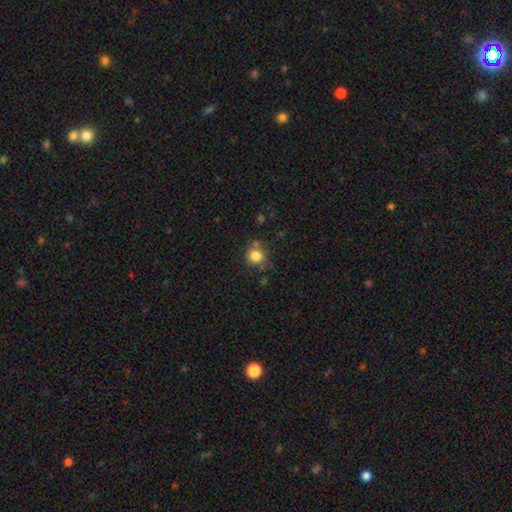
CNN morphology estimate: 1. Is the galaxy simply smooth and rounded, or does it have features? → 82% smooth, 11% star or artifact, 6% featured or disk.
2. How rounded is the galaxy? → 85% round, 14% in between, 1% cigar-shaped.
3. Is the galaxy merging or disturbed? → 69% none, 17% minor disturbance, 8% merger, 5% major disturbance.